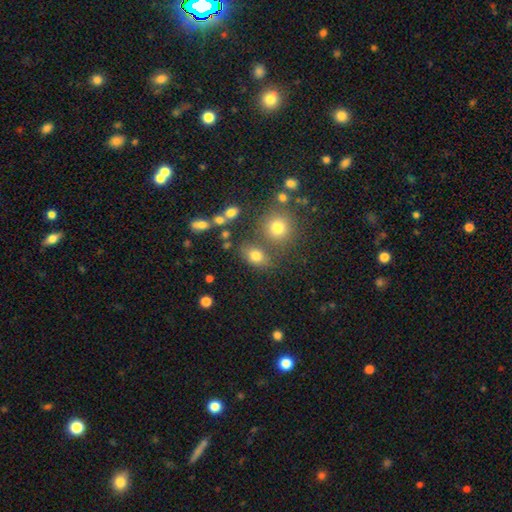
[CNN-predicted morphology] Q: Smooth or featured?
A: smooth (75%); runner-up: star or artifact (15%)
Q: How rounded?
A: in between (62%); runner-up: round (35%)
Q: Merging?
A: none (65%); runner-up: merger (17%)